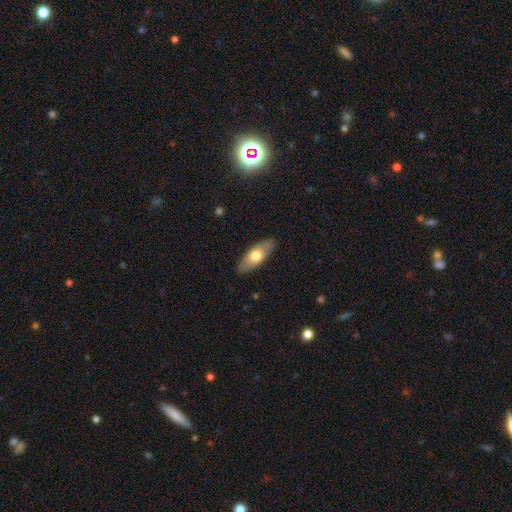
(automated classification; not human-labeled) Smooth or featured? smooth (63%)
How rounded? in between (70%)
Merging? none (86%)